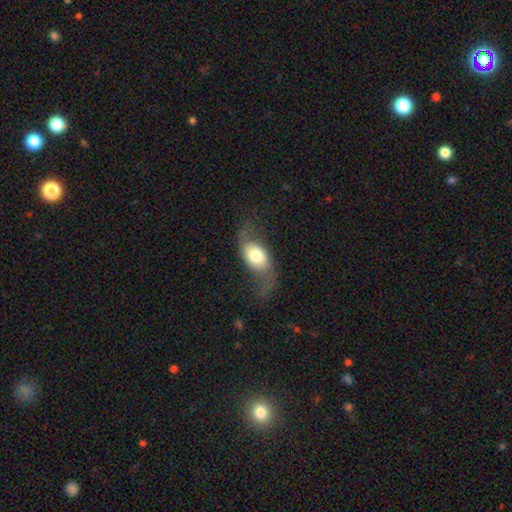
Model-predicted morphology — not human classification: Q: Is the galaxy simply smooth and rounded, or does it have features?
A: featured or disk — 48%.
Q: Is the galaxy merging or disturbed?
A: none — 50%.